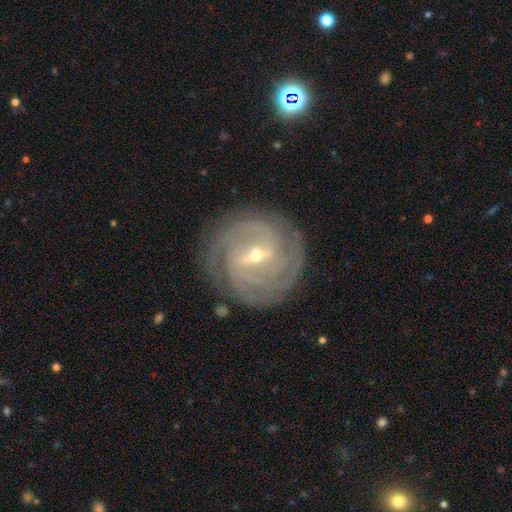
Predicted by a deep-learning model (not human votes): This appears to be a featured or disk galaxy (88%) with a weak bar (46%), 3 (24%, tied with 2 and can't tell) tight (75%) spiral arms (97%) and a small central bulge (55%). Merging: none (82%).